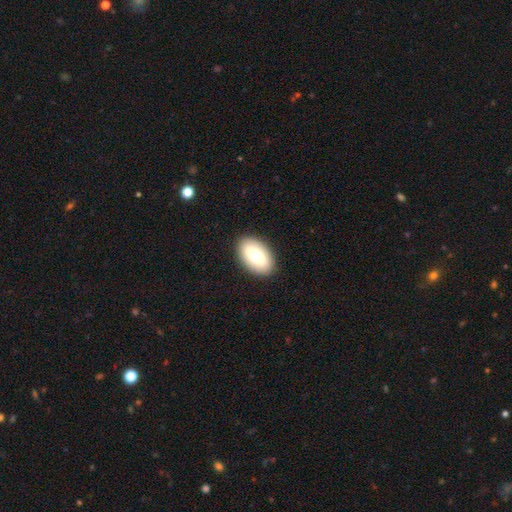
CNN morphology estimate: Smooth or featured? Predicted: smooth (p=0.62). How rounded? Predicted: in between (p=0.91). Merging? Predicted: none (p=0.89).